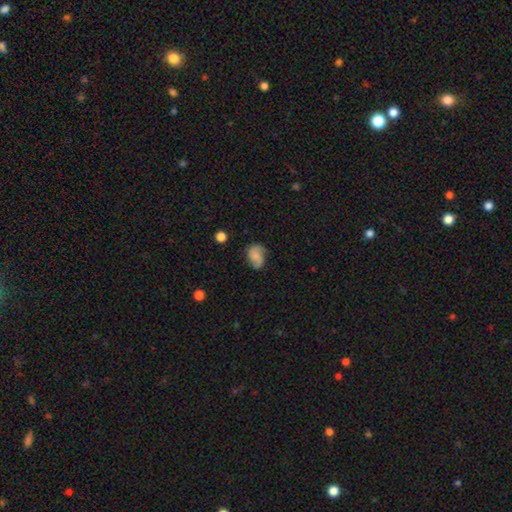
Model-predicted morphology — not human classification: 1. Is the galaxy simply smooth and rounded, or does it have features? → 74% smooth, 17% featured or disk, 9% star or artifact.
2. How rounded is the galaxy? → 77% in between, 21% round, 1% cigar-shaped.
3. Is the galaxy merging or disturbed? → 61% none, 29% minor disturbance, 8% major disturbance, 2% merger.